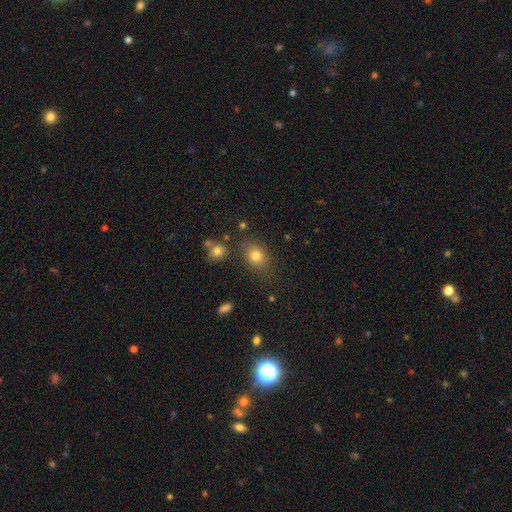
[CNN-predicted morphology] This appears to be a smooth galaxy with no disk features (78%) that is in between round and cigar-shaped (50%). Merging: none (76%).